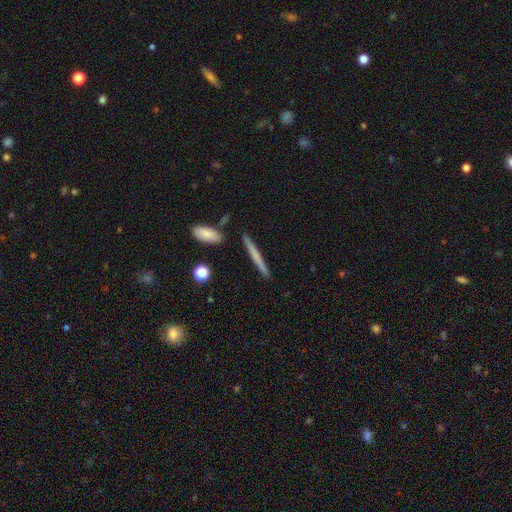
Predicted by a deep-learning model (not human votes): Q: Smooth or featured?
A: smooth (61%); runner-up: featured or disk (32%)
Q: How rounded?
A: cigar-shaped (95%); runner-up: in between (3%)
Q: Merging?
A: none (88%); runner-up: minor disturbance (7%)